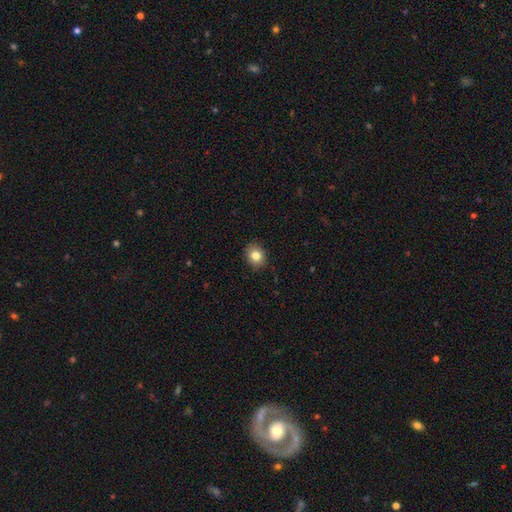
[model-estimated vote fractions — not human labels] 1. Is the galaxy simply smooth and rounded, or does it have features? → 81% smooth, 10% star or artifact, 8% featured or disk.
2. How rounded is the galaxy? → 64% round, 35% in between, 1% cigar-shaped.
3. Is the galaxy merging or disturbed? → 89% none, 8% minor disturbance, 2% major disturbance, 1% merger.